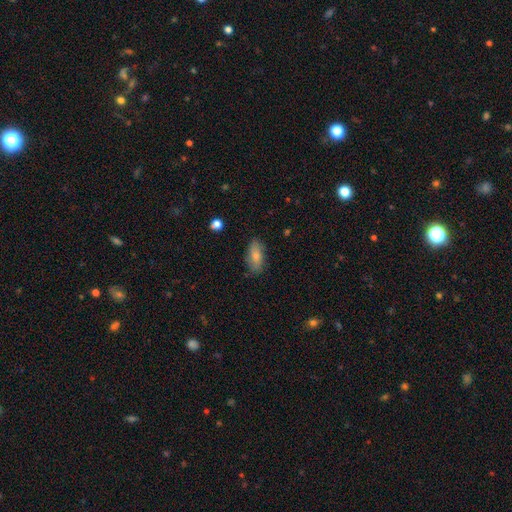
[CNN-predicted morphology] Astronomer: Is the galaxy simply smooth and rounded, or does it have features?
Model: smooth — 77%.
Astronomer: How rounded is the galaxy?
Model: in between — 87%.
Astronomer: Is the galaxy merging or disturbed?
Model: none — 81%.